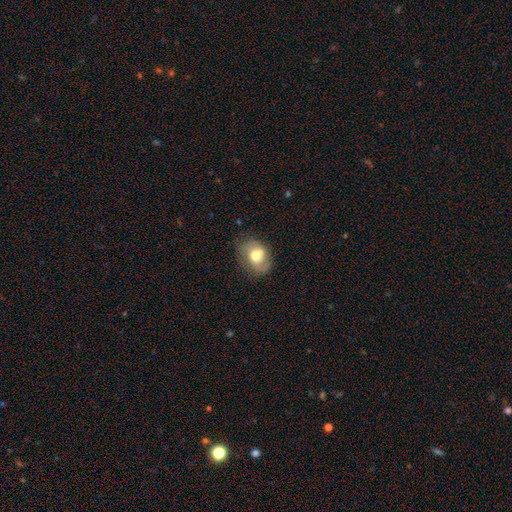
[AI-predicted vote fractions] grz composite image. It shows a smooth galaxy with no disk features (57%) that is in between round and cigar-shaped (61%). Merging: none (59%).